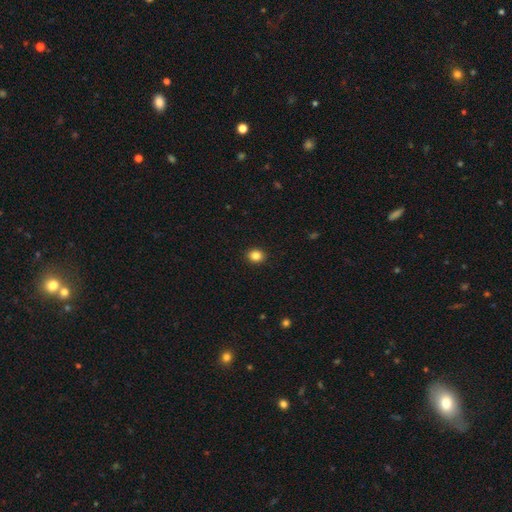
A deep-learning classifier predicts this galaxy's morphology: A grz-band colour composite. It shows a smooth galaxy with no disk features (85%) that is round (66%). Merging: none (92%).